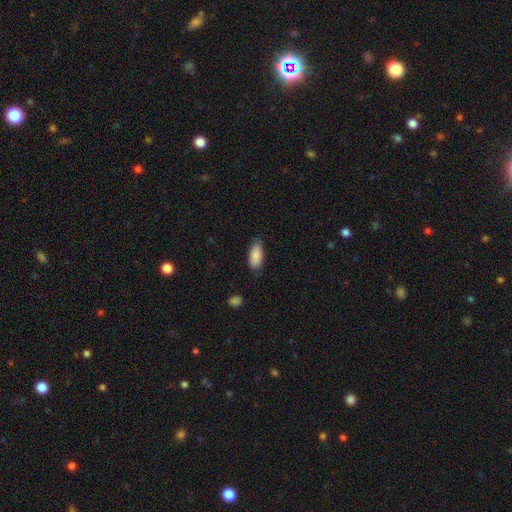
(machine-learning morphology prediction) Smooth or featured: smooth — 88% (star or artifact — 6%)
How rounded: in between — 88% (cigar-shaped — 10%)
Merging: none — 79% (minor disturbance — 16%)